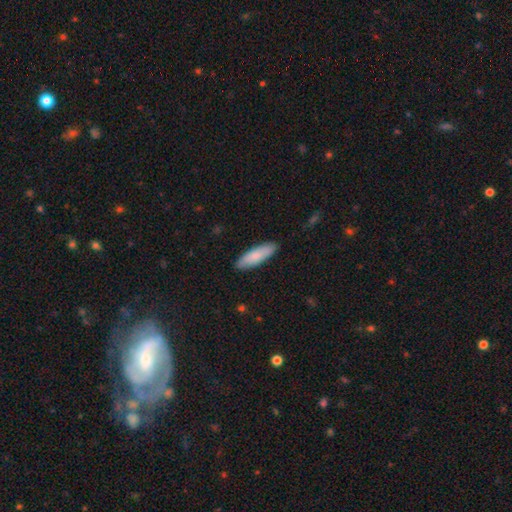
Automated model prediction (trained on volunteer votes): Smooth or featured? smooth (80%)
How rounded? cigar-shaped (50%)
Merging? none (88%)